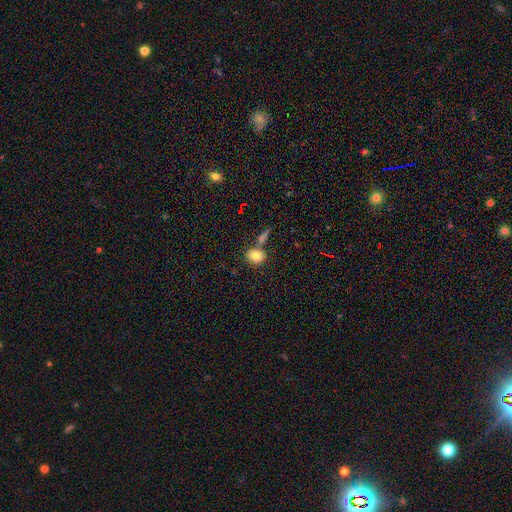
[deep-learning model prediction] smooth-or-featured: smooth: 81% | featured or disk: 10% | star or artifact: 9%
  how-rounded: round: 55% | in between: 43% | cigar-shaped: 2%
  merging: none: 63% | merger: 23% | minor disturbance: 11% | major disturbance: 4%